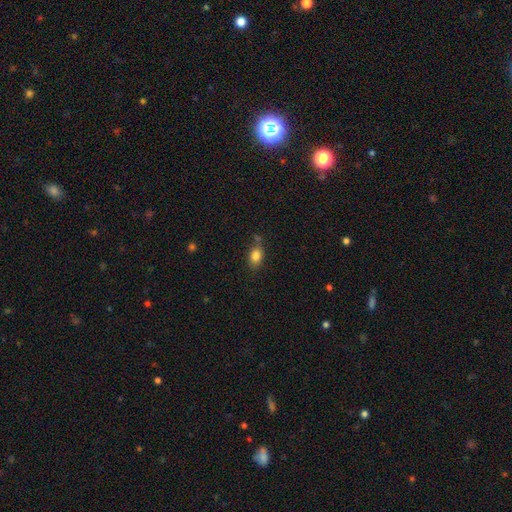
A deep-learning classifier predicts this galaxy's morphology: This appears to be a smooth galaxy with no disk features (83%) that is in between round and cigar-shaped (80%). Merging: none (70%).